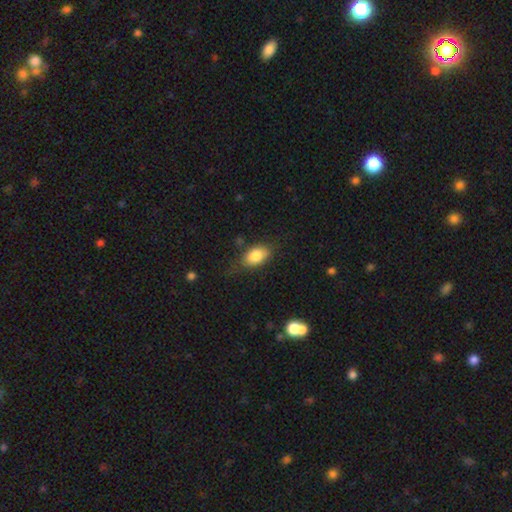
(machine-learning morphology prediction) A smooth galaxy with no disk features (81%) that is in between round and cigar-shaped (87%). Merging: none (70%).